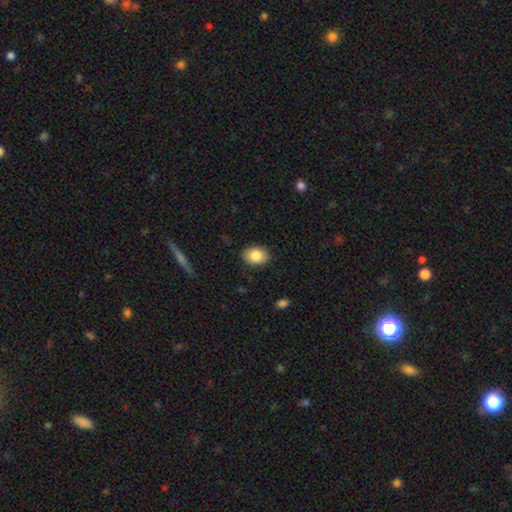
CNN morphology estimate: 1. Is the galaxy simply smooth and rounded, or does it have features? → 84% smooth, 8% featured or disk, 8% star or artifact.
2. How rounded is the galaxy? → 70% in between, 29% round, 1% cigar-shaped.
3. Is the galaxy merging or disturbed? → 87% none, 10% minor disturbance, 2% major disturbance, 1% merger.